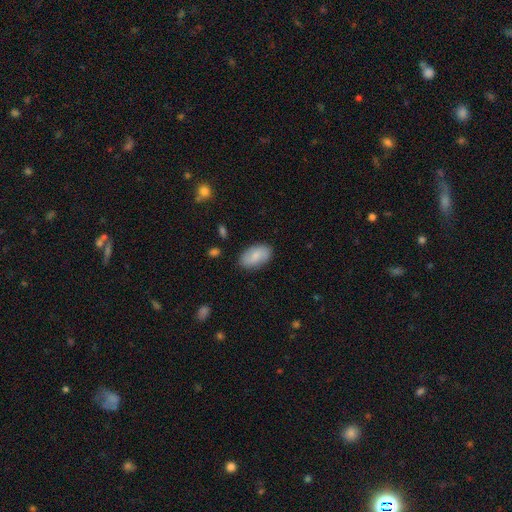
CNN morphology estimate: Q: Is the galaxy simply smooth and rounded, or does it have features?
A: smooth — 69%.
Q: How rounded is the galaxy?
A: in between — 93%.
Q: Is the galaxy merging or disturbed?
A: none — 83%.